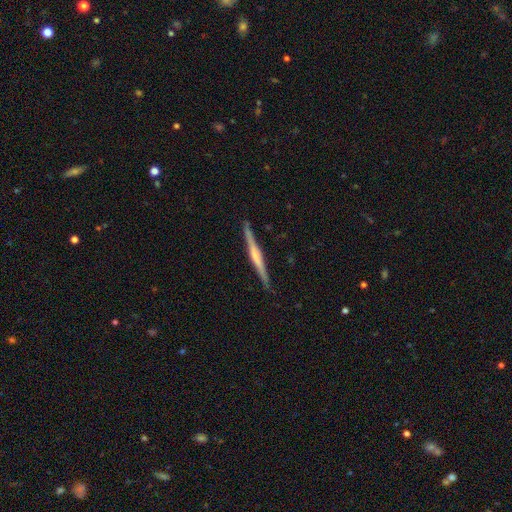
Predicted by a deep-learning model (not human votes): Morphology: type=featured or disk (70%); edge-on=yes (98%); edge-on bulge=rounded (60%); merging=none (90%).